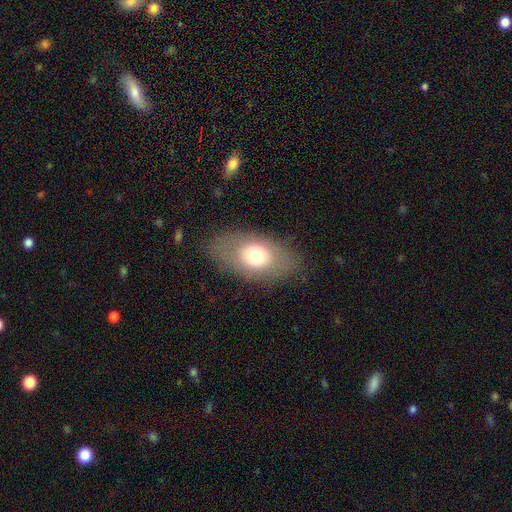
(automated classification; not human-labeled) Q: Smooth or featured?
A: smooth (66%); runner-up: featured or disk (25%)
Q: How rounded?
A: in between (86%); runner-up: round (12%)
Q: Merging?
A: none (80%); runner-up: minor disturbance (13%)